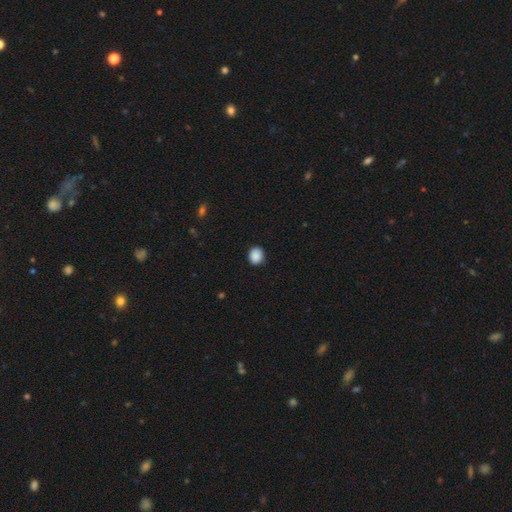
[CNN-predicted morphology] The model was most divided on "how rounded": round: 75%, in between: 24%, cigar-shaped: 1%. More confident: merging — none (91%); smooth or featured — smooth (89%).